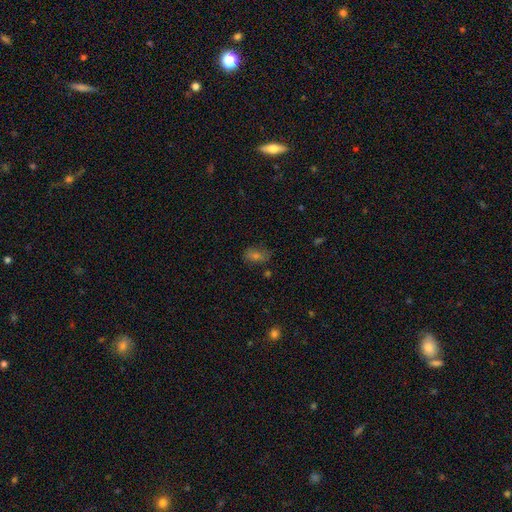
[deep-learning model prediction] Smooth or featured?
  - smooth: 53% *
  - star or artifact: 27%
  - featured or disk: 20%
How rounded?
  - in between: 77% *
  - round: 19%
  - cigar-shaped: 3%
Merging?
  - none: 74% *
  - minor disturbance: 18%
  - major disturbance: 6%
  - merger: 3%